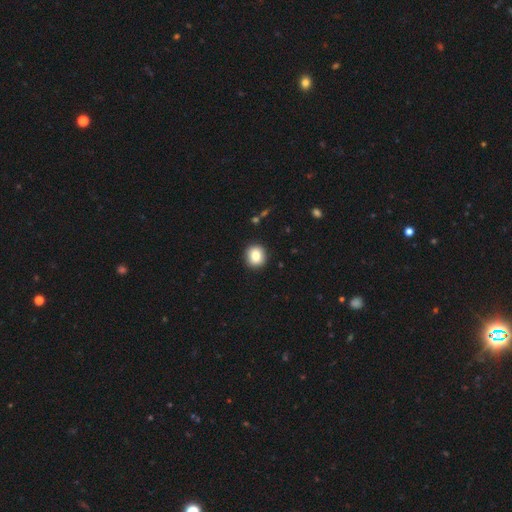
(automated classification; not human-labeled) The model was most divided on "smooth or featured": smooth: 83%, star or artifact: 9%, featured or disk: 8%. More confident: merging — none (91%); how rounded — round (88%).